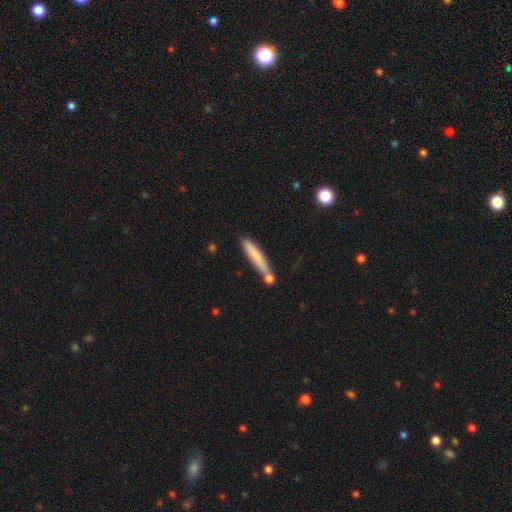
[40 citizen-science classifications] Q: Smooth or featured?
A: smooth (60%); runner-up: featured or disk (35%)
Q: How rounded?
A: cigar-shaped (100%)
Q: Merging?
A: none (63%); runner-up: minor disturbance (16%)